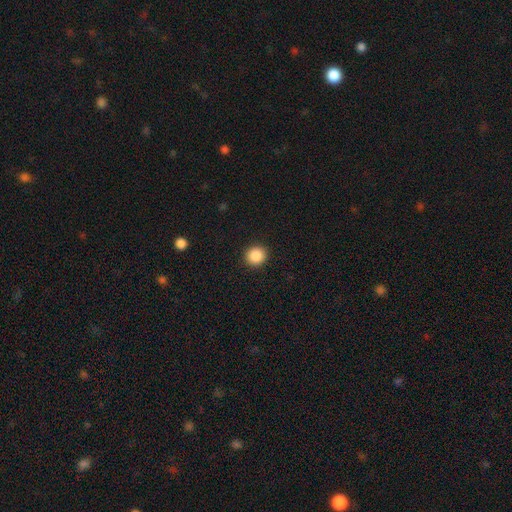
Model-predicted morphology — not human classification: Q: Smooth or featured?
A: smooth (88%); runner-up: star or artifact (9%)
Q: How rounded?
A: round (89%); runner-up: in between (11%)
Q: Merging?
A: none (92%); runner-up: minor disturbance (5%)